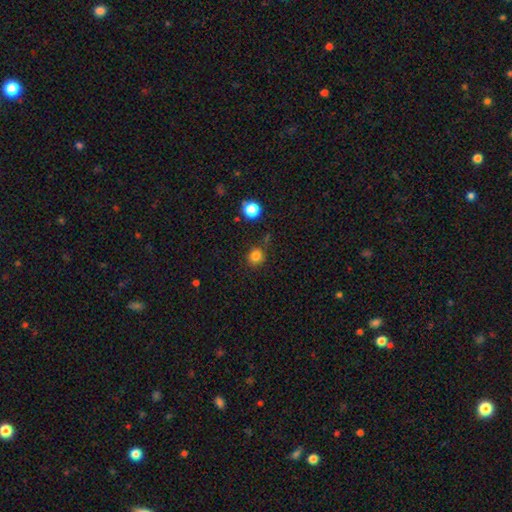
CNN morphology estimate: Overall: smooth (81%). How rounded: round (91%). Merging: none (82%).